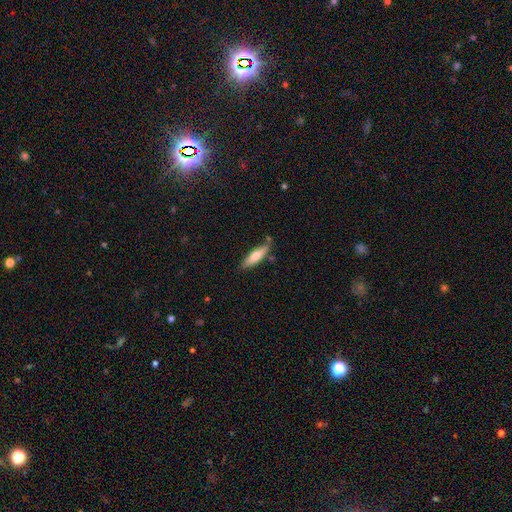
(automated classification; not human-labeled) Smooth or featured?
  - smooth: 67% *
  - featured or disk: 27%
  - star or artifact: 6%
How rounded?
  - cigar-shaped: 65% *
  - in between: 33%
  - round: 2%
Merging?
  - none: 77% *
  - minor disturbance: 15%
  - merger: 5%
  - major disturbance: 3%